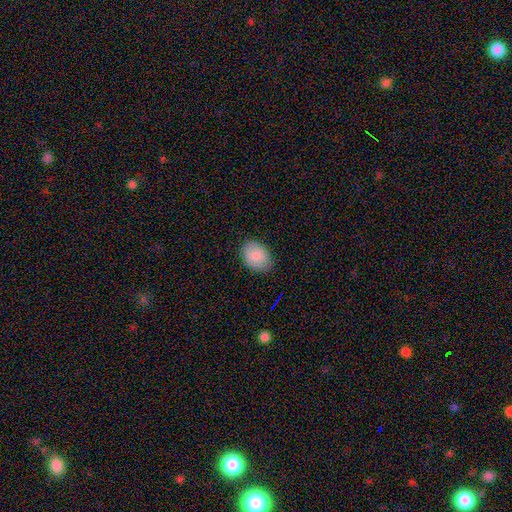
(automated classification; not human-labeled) Overall: smooth (87%). How rounded: in between (79%). Merging: none (83%).